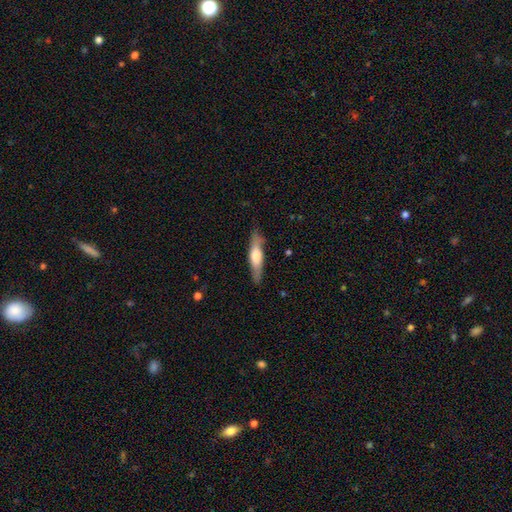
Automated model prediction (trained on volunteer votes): Morphology: type=smooth (54%); roundness=cigar-shaped (77%); merging=none (80%).